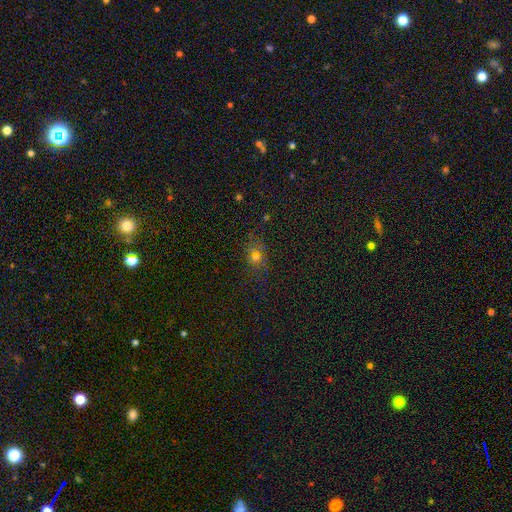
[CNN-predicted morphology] Smooth or featured: smooth — 60% (star or artifact — 29%)
How rounded: round — 55% (in between — 43%)
Merging: none — 73% (minor disturbance — 14%)